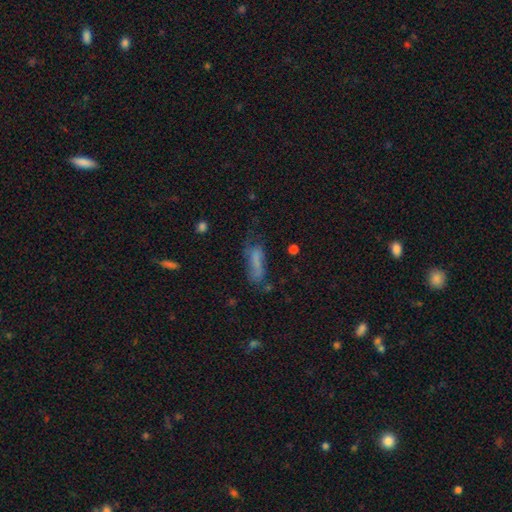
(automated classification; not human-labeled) Overall: smooth (59%; featured or disk 27%). How rounded: cigar-shaped (51%; in between 46%). Merging: none (40%; minor disturbance 29%).